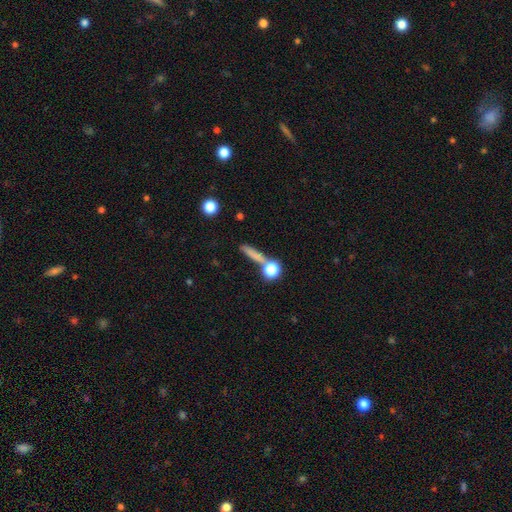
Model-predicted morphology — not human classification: A smooth galaxy with no disk features (71%) that is cigar-shaped (66%).

Vote fractions:
- Smooth or featured? smooth: 71% / featured or disk: 16% / star or artifact: 12%
- How rounded? cigar-shaped: 66% / round: 18% / in between: 15%
- Merging? none: 64% / merger: 19% / minor disturbance: 12% / major disturbance: 6%